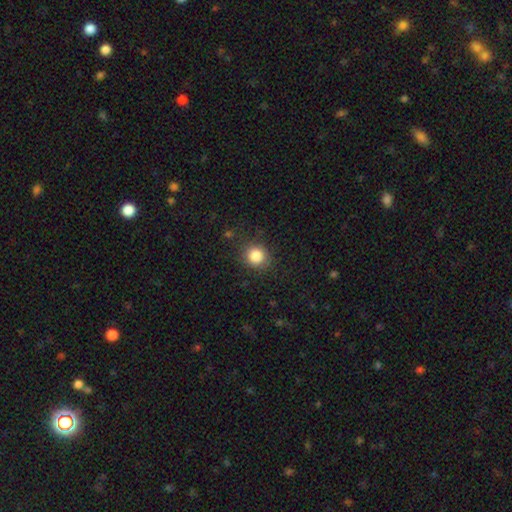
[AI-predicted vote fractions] smooth 85%, star or artifact 11%, featured or disk 5%. Down the decision tree: how rounded — round (90%); merging — none (86%).